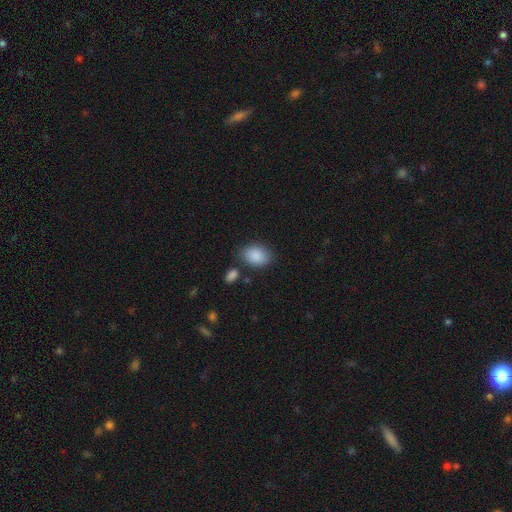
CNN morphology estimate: type=smooth (88%); roundness=in between (77%); merging=none (75%).